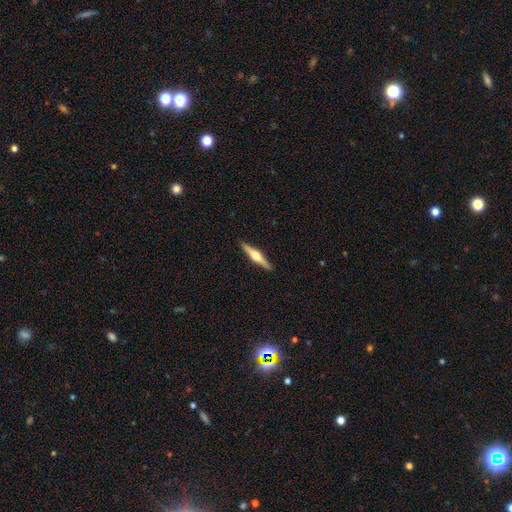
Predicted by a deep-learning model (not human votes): This is likely a featured or disk galaxy (68%). It is clearly viewed edge-on (98%). Edge-on bulge: clearly rounded (94%). Merging: clearly none (92%).